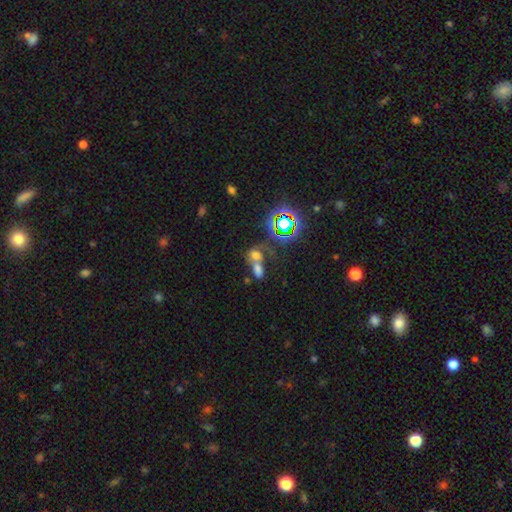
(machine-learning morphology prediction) A smooth galaxy with no disk features (54%) that is in between round and cigar-shaped (72%). Merging: merger (67%).